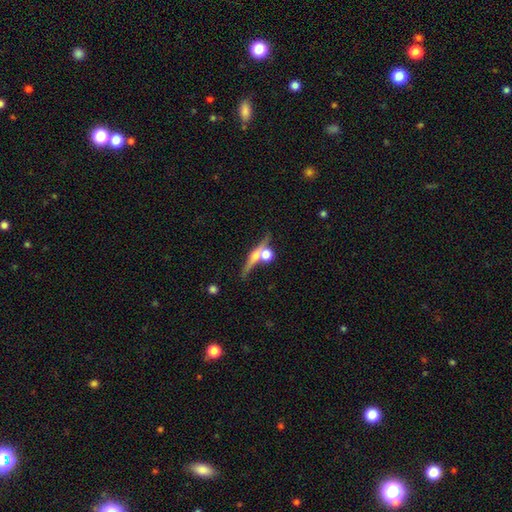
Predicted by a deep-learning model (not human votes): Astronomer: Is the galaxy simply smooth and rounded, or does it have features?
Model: featured or disk — 55% (runner-up: smooth, 35%).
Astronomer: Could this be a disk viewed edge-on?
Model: yes — 83%.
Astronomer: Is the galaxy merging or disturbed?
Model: none — 48% (runner-up: merger, 34%).